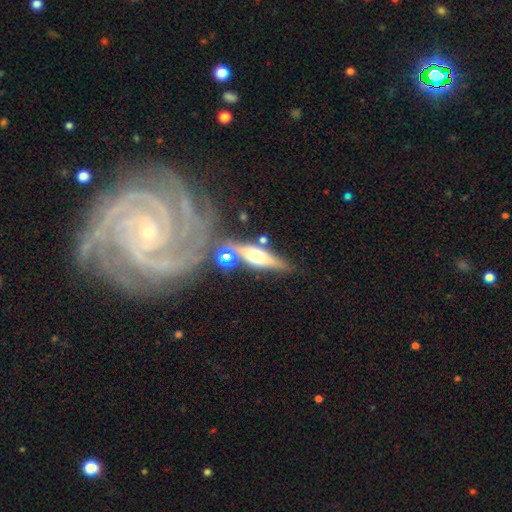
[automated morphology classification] featured or disk 51%, smooth 39%, star or artifact 10%. Down the decision tree: edge-on disk — yes (81%); merging — none (60%).